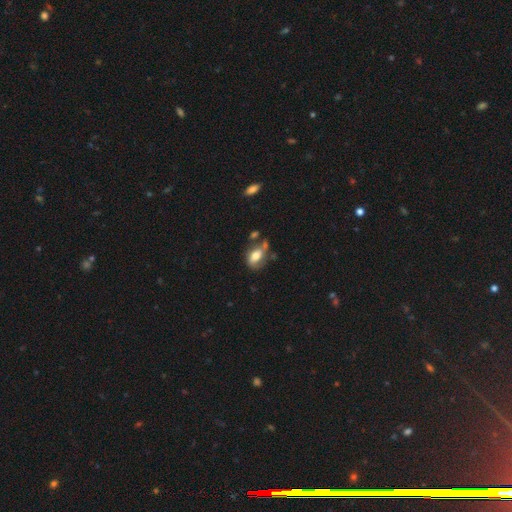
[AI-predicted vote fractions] This appears to be a smooth galaxy with no disk features (60%) that is in between round and cigar-shaped (83%). Merging: none (40%).